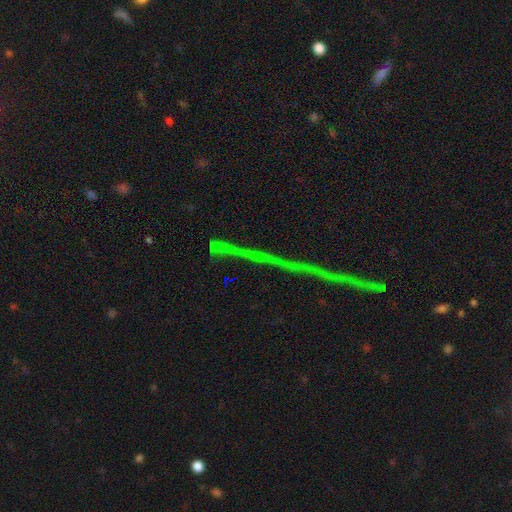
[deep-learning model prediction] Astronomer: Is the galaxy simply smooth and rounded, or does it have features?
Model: star or artifact — 75%.